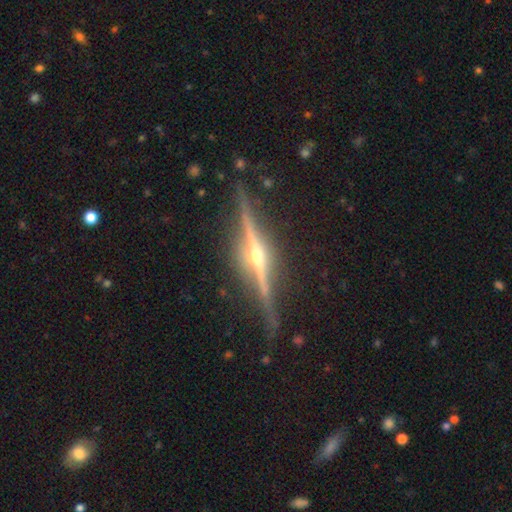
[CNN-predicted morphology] featured or disk 90%, star or artifact 6%, smooth 4%. Down the decision tree: edge-on disk — yes (98%); edge-on bulge — rounded (94%); merging — none (86%).